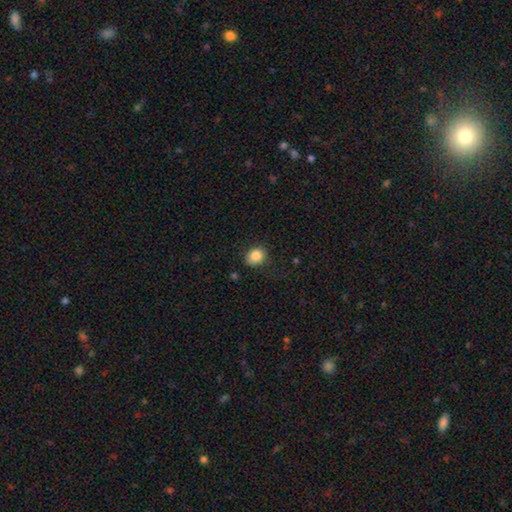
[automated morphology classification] The model was most divided on "how rounded": round: 67%, in between: 32%, cigar-shaped: 1%. More confident: smooth or featured — smooth (85%); merging — none (79%).